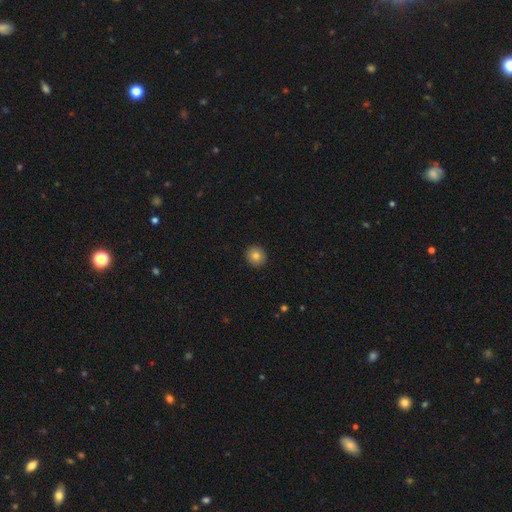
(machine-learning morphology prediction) Smooth or featured: smooth — 82% (star or artifact — 9%)
How rounded: round — 83% (in between — 16%)
Merging: none — 92% (minor disturbance — 6%)